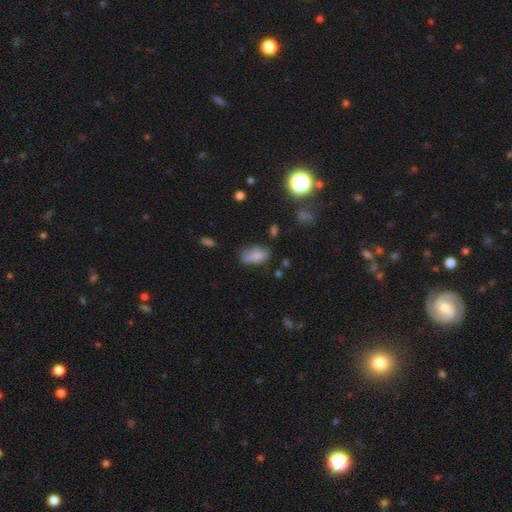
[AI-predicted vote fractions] A smooth galaxy with no disk features (79%) that is in between round and cigar-shaped (90%). Merging: none (58%).